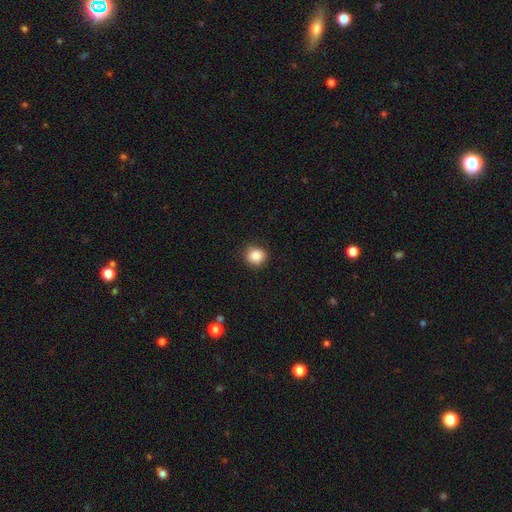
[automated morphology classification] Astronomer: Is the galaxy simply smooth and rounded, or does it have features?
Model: smooth — 88%.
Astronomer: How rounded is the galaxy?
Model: round — 84%.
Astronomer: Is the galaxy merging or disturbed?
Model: none — 86%.